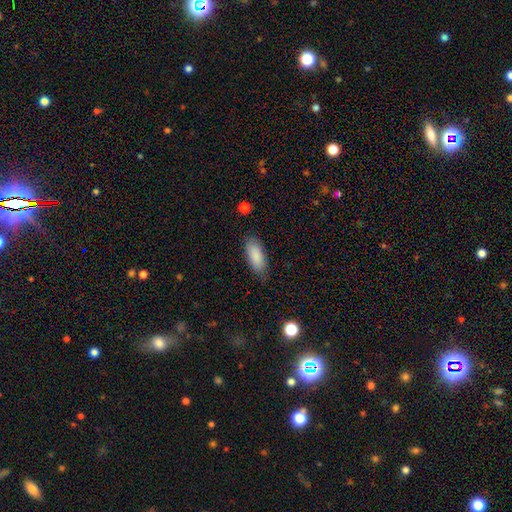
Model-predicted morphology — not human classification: smooth-or-featured: smooth: 88% | featured or disk: 6% | star or artifact: 6%
  how-rounded: in between: 83% | cigar-shaped: 15% | round: 2%
  merging: none: 78% | minor disturbance: 17% | major disturbance: 4% | merger: 1%